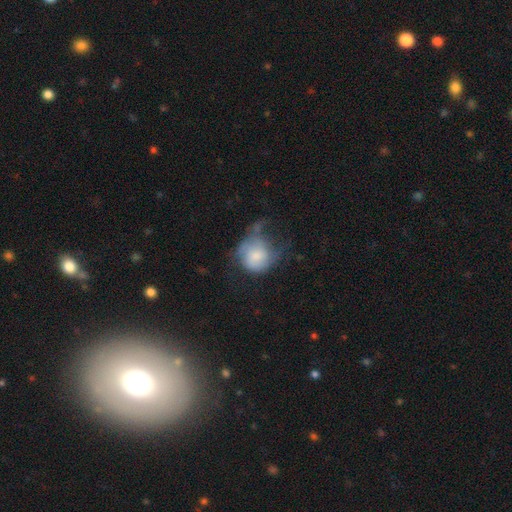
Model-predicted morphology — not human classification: This is likely a smooth galaxy (61%). How rounded: likely round (76%). Merging: marginally major disturbance (44%).